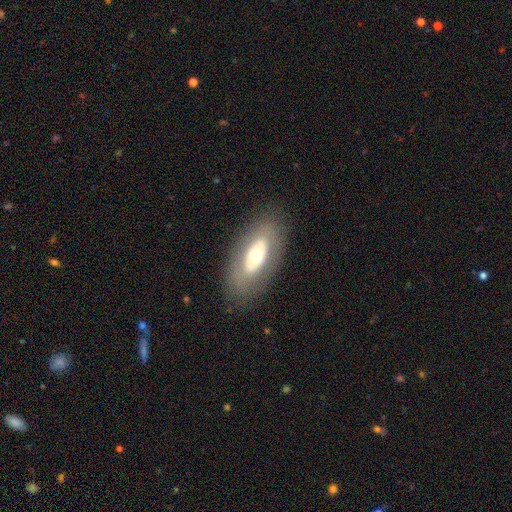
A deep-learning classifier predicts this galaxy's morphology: Overall: featured or disk (47%; smooth 46%). Merging: none (82%).